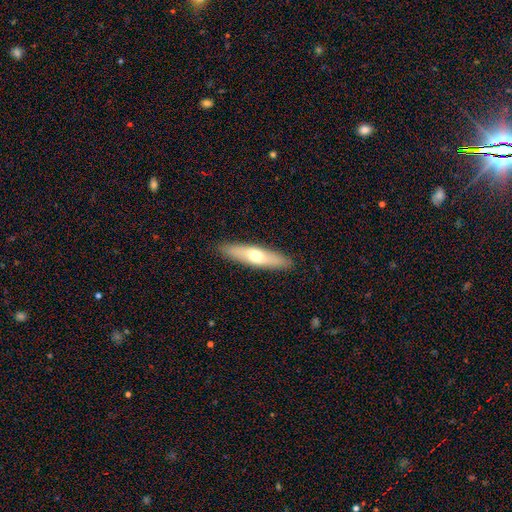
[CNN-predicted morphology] smooth-or-featured: smooth: 56% | featured or disk: 39% | star or artifact: 5%
  how-rounded: cigar-shaped: 74% | in between: 24% | round: 2%
  merging: none: 90% | minor disturbance: 7% | major disturbance: 2% | merger: 1%